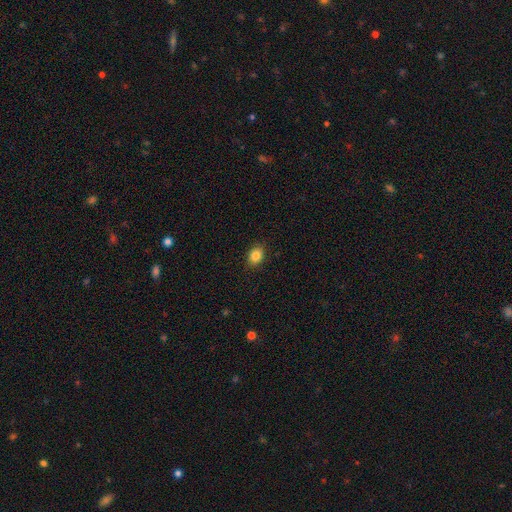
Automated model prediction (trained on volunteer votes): smooth_or_featured: smooth (p=0.85) [alt: star or artifact p=0.09]
how_rounded: in between (p=0.65) [alt: round p=0.34]
merging: none (p=0.88) [alt: minor disturbance p=0.09]